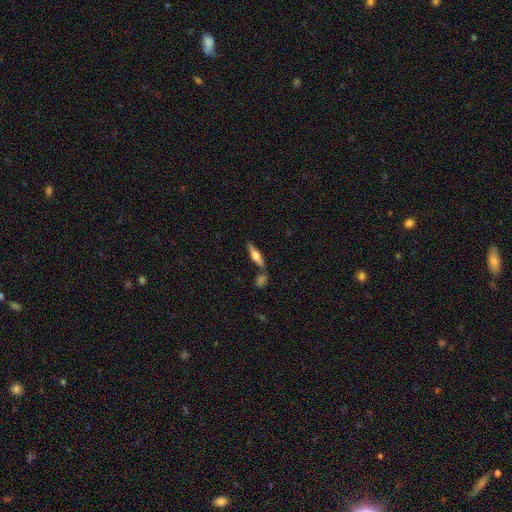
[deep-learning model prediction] Smooth or featured? featured or disk (49%)
Merging? none (74%)